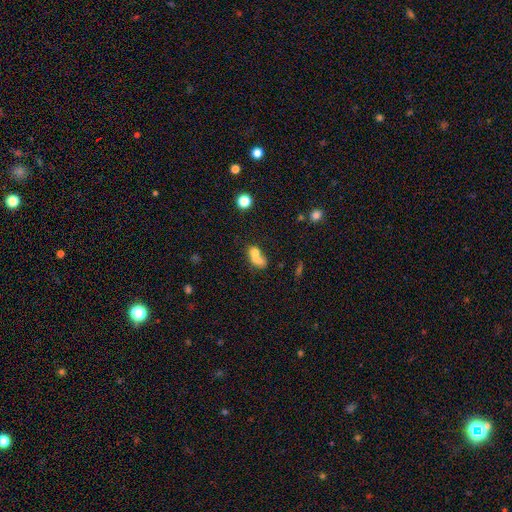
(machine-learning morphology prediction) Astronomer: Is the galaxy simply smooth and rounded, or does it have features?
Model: smooth — 67%.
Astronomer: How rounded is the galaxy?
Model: in between — 67%.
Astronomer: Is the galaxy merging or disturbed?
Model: merger — 56%.